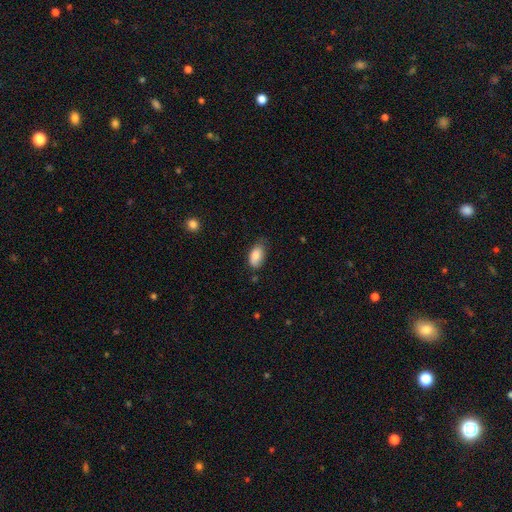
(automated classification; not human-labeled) A smooth galaxy with no disk features (86%) that is in between round and cigar-shaped (93%).

Vote fractions:
- Smooth or featured? smooth: 86% / star or artifact: 7% / featured or disk: 7%
- How rounded? in between: 93% / round: 4% / cigar-shaped: 3%
- Merging? none: 62% / minor disturbance: 31% / major disturbance: 5% / merger: 2%